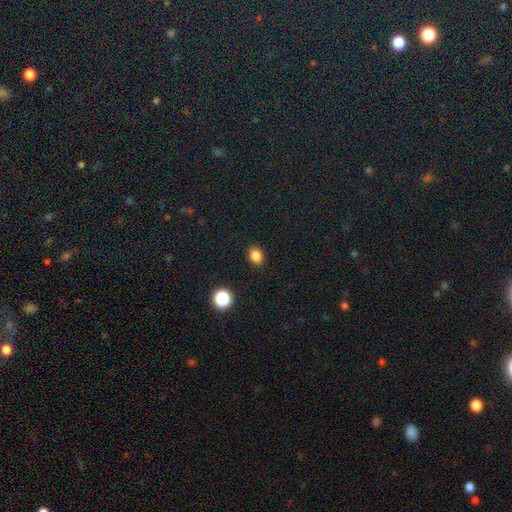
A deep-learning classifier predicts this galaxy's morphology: Q: Smooth or featured?
A: smooth (84%); runner-up: star or artifact (12%)
Q: How rounded?
A: in between (61%); runner-up: round (38%)
Q: Merging?
A: none (89%); runner-up: minor disturbance (8%)